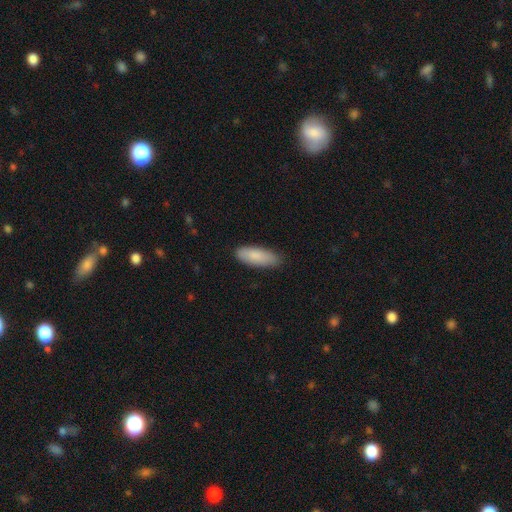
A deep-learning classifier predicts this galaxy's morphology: smooth_or_featured: smooth (p=0.85) [alt: featured or disk p=0.09]
how_rounded: in between (p=0.67) [alt: cigar-shaped p=0.32]
merging: none (p=0.82) [alt: minor disturbance p=0.15]